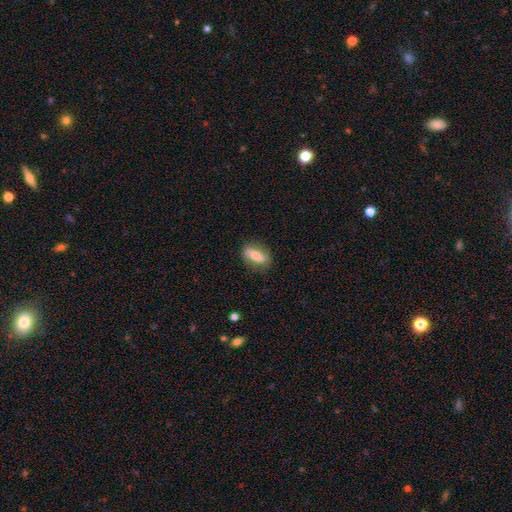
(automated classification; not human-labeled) A smooth galaxy with no disk features (50%) that is in between round and cigar-shaped (74%). Merging: none (81%).